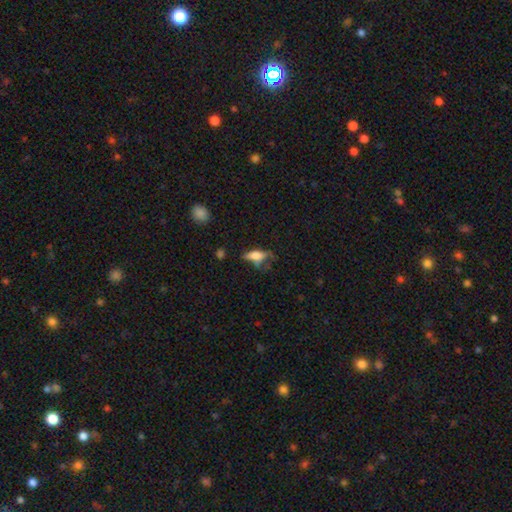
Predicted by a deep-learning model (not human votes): smooth 61%, featured or disk 29%, star or artifact 11%. Down the decision tree: how rounded — in between (66%); merging — none (45%).